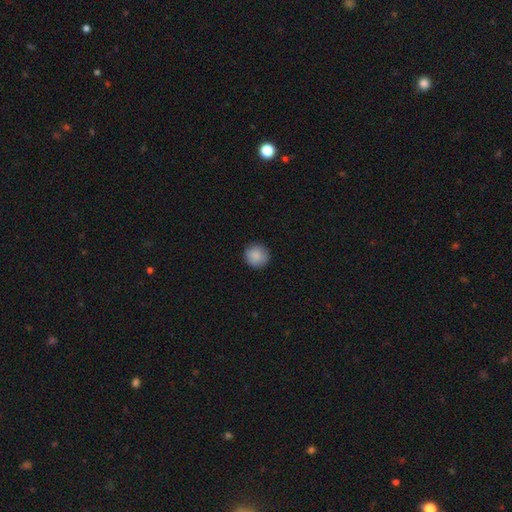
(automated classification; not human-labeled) Smooth or featured? Predicted: smooth (p=0.88). How rounded? Predicted: round (p=0.93). Merging? Predicted: none (p=0.89).